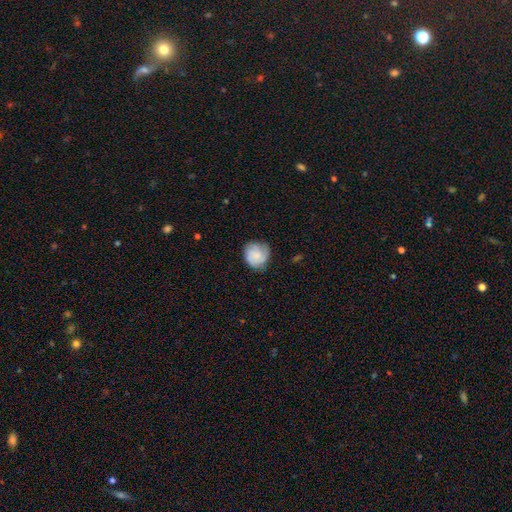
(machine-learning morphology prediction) The model was most divided on "smooth or featured": smooth: 63%, featured or disk: 30%, star or artifact: 7%. More confident: how rounded — round (84%); merging — none (69%).